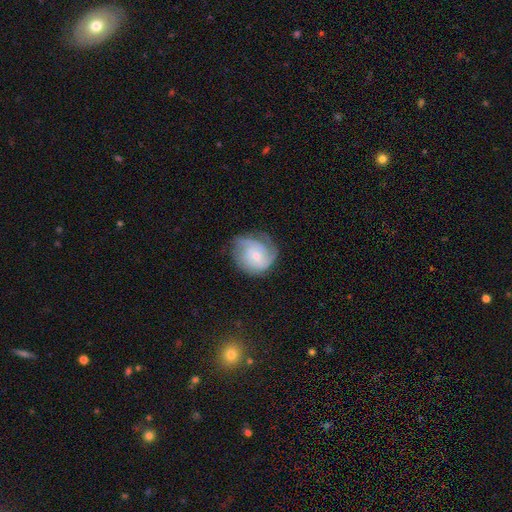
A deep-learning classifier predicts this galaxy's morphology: featured or disk 68%, smooth 26%, star or artifact 7%. Down the decision tree: edge-on disk — no (98%); bar — no (63%); spiral arms — yes (91%); spiral arm count — 3 (30%); spiral winding — tight (45%); bulge size — small (57%); merging — none (59%).